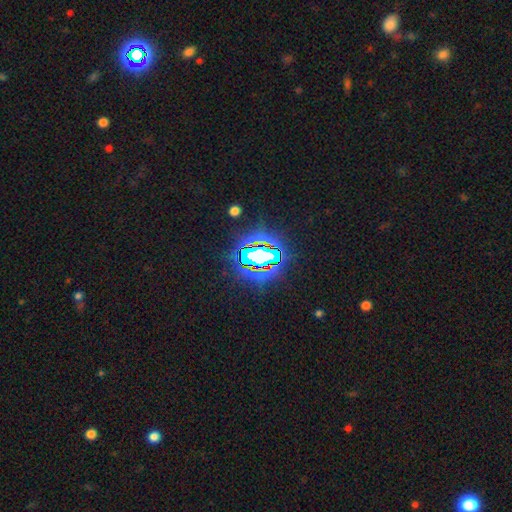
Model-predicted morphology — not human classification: type=star or artifact (73%).